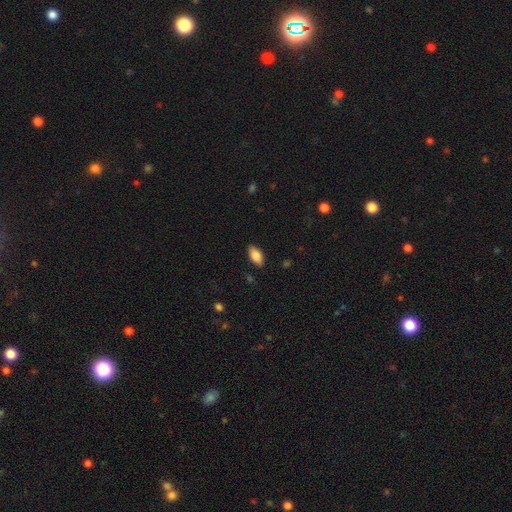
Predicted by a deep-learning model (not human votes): Smooth or featured?
  - smooth: 84% *
  - featured or disk: 9%
  - star or artifact: 7%
How rounded?
  - in between: 92% *
  - cigar-shaped: 5%
  - round: 3%
Merging?
  - none: 87% *
  - minor disturbance: 10%
  - major disturbance: 2%
  - merger: 1%